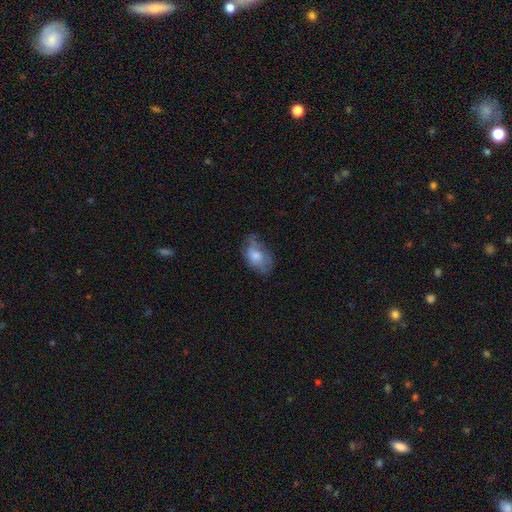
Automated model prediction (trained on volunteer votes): smooth 63%, featured or disk 28%, star or artifact 8%. Down the decision tree: how rounded — in between (88%); merging — none (47%).